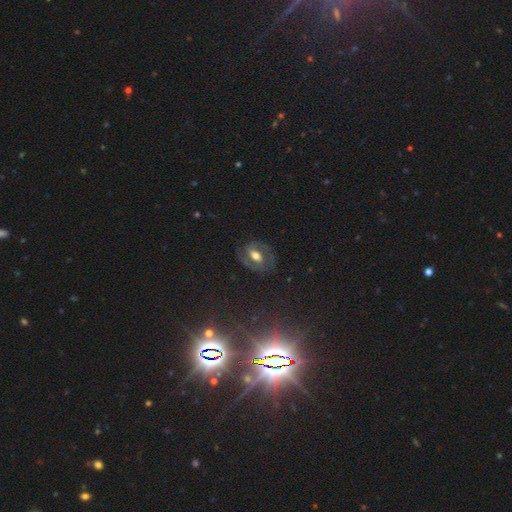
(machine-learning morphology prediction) smooth_or_featured: featured or disk (p=0.66) [alt: smooth p=0.23]
disk_edge_on: no (p=0.94) [alt: yes p=0.06]
bar: weak (p=0.39) [alt: no p=0.32]
has_spiral_arms: yes (p=0.74) [alt: no p=0.26]
bulge_size: moderate (p=0.62) [alt: large p=0.24]
merging: none (p=0.75) [alt: minor disturbance p=0.15]